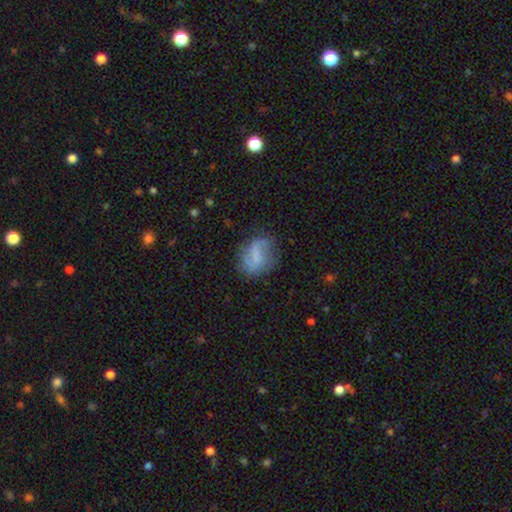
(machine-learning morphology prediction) This appears to be a featured or disk galaxy (49%). Merging: none (61%).